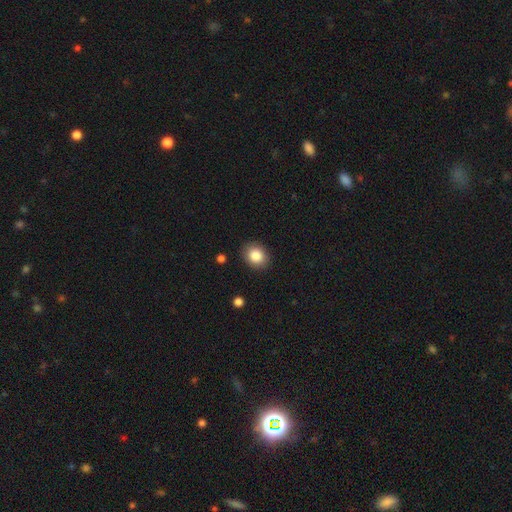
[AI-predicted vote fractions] Smooth or featured? Predicted: smooth (p=0.85). How rounded? Predicted: round (p=0.59). Merging? Predicted: none (p=0.88).